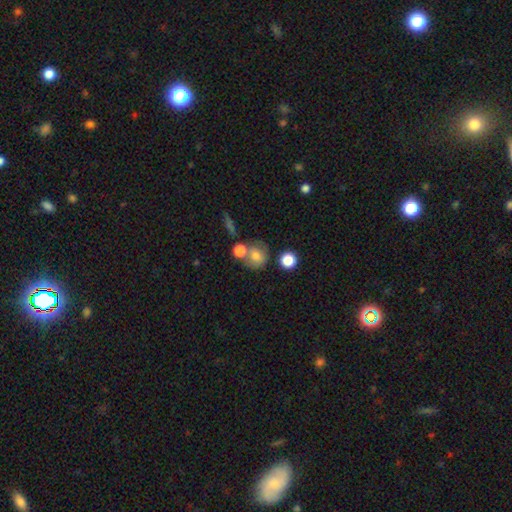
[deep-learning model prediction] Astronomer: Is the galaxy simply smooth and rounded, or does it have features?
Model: smooth — 74%.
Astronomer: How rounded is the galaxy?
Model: round — 78%.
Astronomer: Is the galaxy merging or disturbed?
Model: none — 48% (runner-up: merger, 33%).